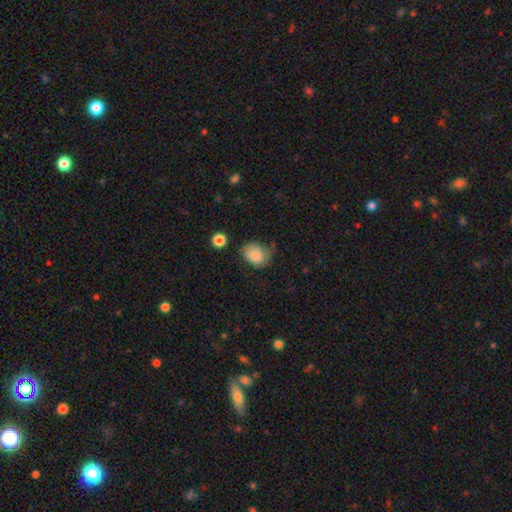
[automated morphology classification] type=smooth (83%); roundness=in between (66%); merging=none (52%).